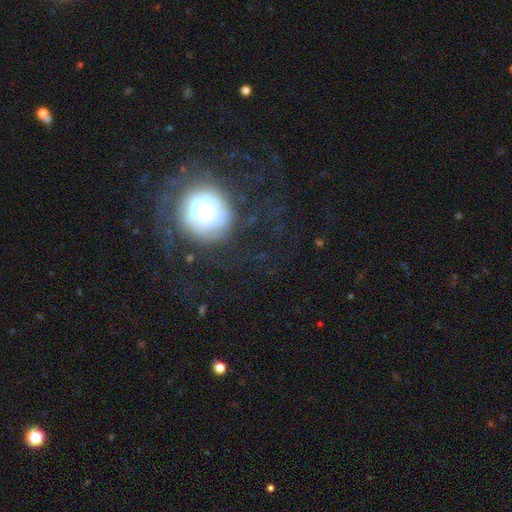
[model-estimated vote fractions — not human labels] The model was most divided on "smooth or featured": featured or disk: 48%, smooth: 32%, star or artifact: 19%. More confident: merging — none (64%).